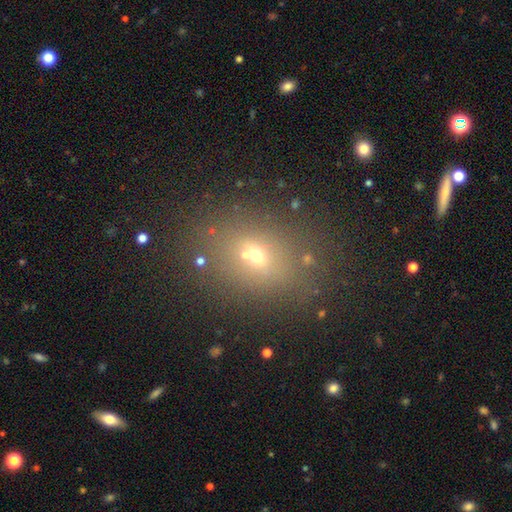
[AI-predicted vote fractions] Smooth or featured?
  - smooth: 54% *
  - star or artifact: 29%
  - featured or disk: 17%
How rounded?
  - in between: 58% *
  - round: 40%
  - cigar-shaped: 2%
Merging?
  - none: 76% *
  - minor disturbance: 11%
  - merger: 9%
  - major disturbance: 5%